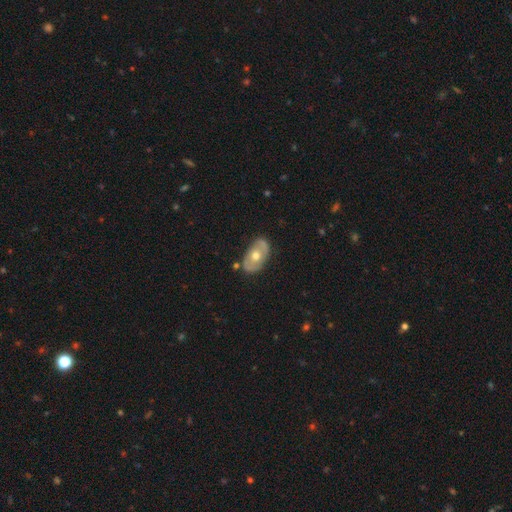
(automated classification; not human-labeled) Smooth or featured: featured or disk — 57% (smooth — 37%)
Edge-on disk: no — 90% (yes — 10%)
Bar: no — 85% (weak — 12%)
Spiral arms: no — 66% (yes — 34%)
Bulge size: moderate — 79% (small — 12%)
Merging: none — 77% (minor disturbance — 17%)